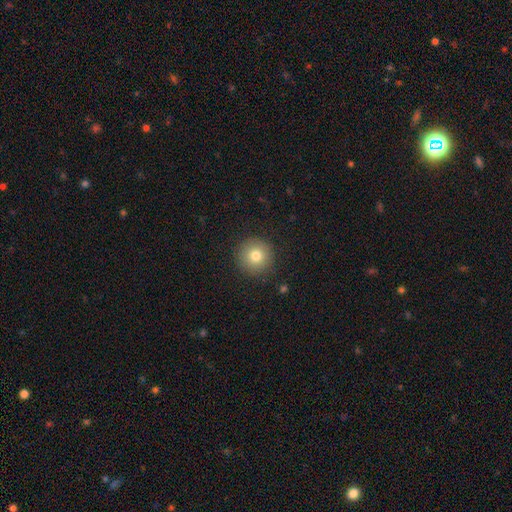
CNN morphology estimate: Q: Smooth or featured?
A: smooth (78%); runner-up: star or artifact (11%)
Q: How rounded?
A: round (96%); runner-up: in between (3%)
Q: Merging?
A: none (91%); runner-up: minor disturbance (6%)